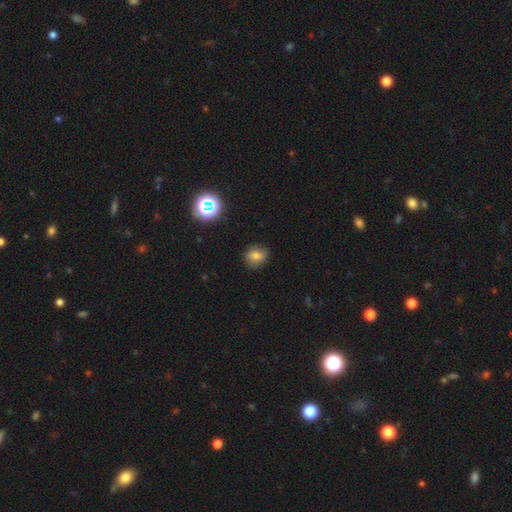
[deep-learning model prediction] Overall: smooth (74%). How rounded: round (64%; in between 35%). Merging: none (83%).